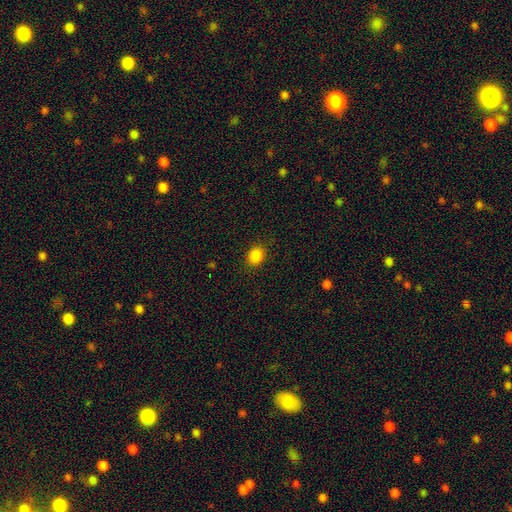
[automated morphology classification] Smooth or featured: smooth — 86% (star or artifact — 11%)
How rounded: round — 51% (in between — 48%)
Merging: none — 87% (minor disturbance — 9%)